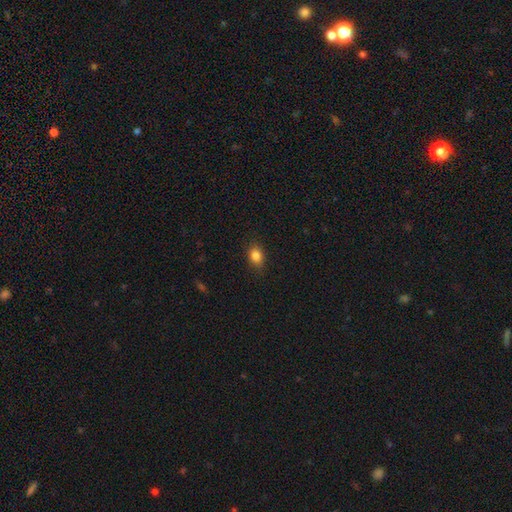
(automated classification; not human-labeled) This appears to be a smooth galaxy with no disk features (84%) that is in between round and cigar-shaped (65%). Merging: none (82%).